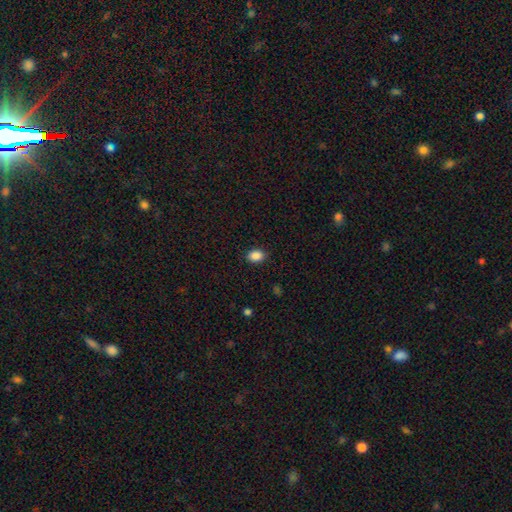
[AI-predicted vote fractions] Overall: smooth (88%). How rounded: in between (73%). Merging: none (89%).